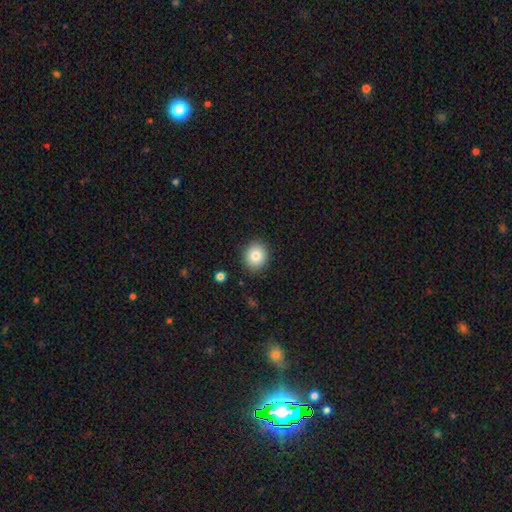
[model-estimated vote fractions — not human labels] Smooth or featured? Predicted: smooth (p=0.82). How rounded? Predicted: round (p=0.77). Merging? Predicted: none (p=0.89).